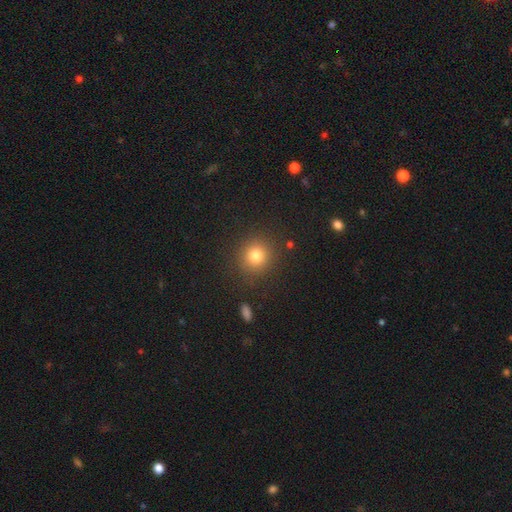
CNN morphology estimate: A smooth galaxy with no disk features (79%) that is round (91%). Merging: none (88%).